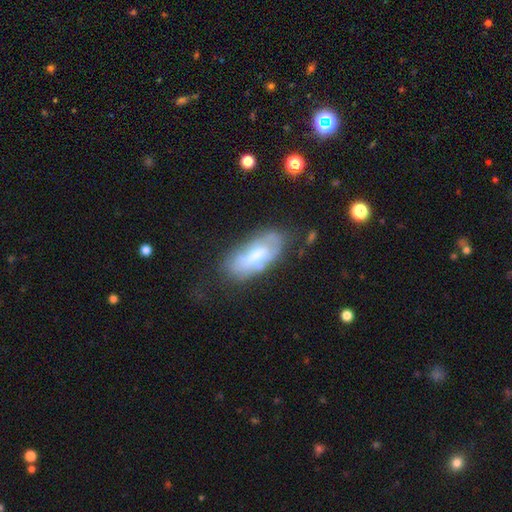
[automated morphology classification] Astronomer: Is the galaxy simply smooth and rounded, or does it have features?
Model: featured or disk — 49% (runner-up: smooth, 43%).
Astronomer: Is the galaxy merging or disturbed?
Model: none — 57%.